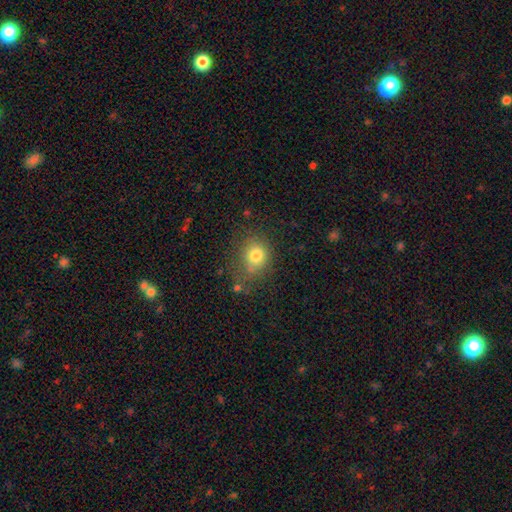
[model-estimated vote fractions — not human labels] Smooth or featured? smooth (78%)
How rounded? round (65%)
Merging? none (63%)